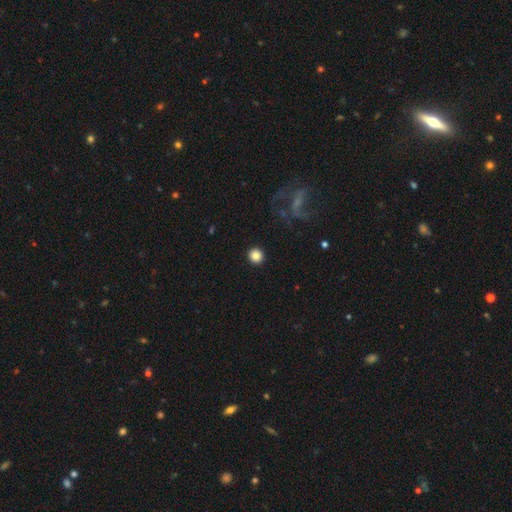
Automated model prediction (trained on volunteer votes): Morphology: type=smooth (83%); roundness=round (94%); merging=none (92%).